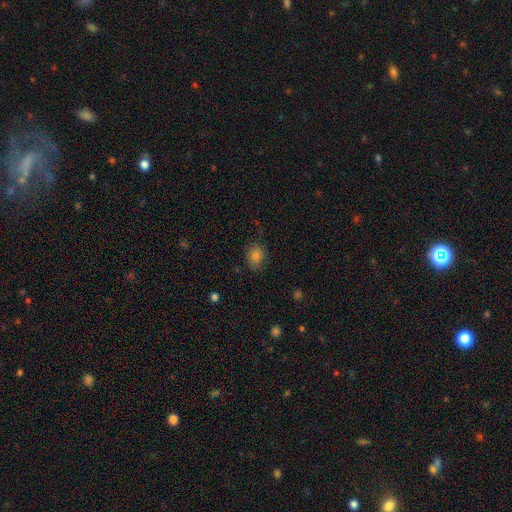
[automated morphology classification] smooth-or-featured: smooth: 81% | star or artifact: 12% | featured or disk: 7%
  how-rounded: in between: 55% | round: 44% | cigar-shaped: 1%
  merging: none: 82% | minor disturbance: 14% | major disturbance: 3% | merger: 1%